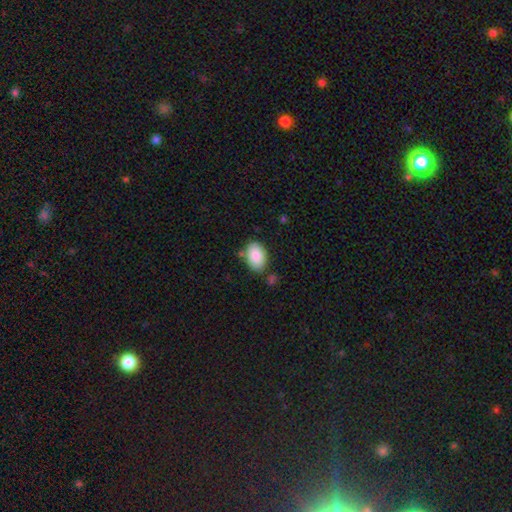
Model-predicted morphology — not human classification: Smooth or featured?
  - smooth: 88% *
  - star or artifact: 6%
  - featured or disk: 6%
How rounded?
  - in between: 90% *
  - round: 9%
  - cigar-shaped: 1%
Merging?
  - none: 75% *
  - minor disturbance: 15%
  - merger: 6%
  - major disturbance: 4%